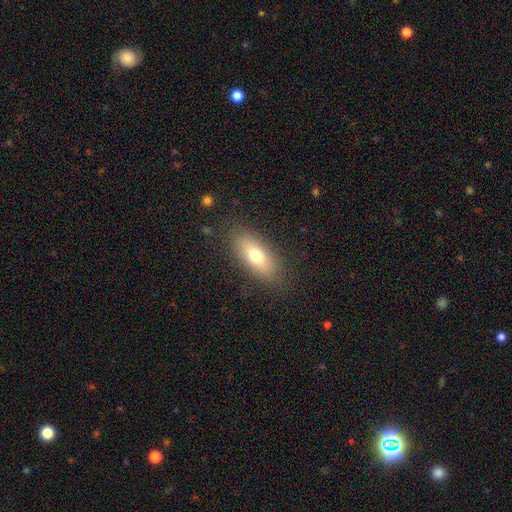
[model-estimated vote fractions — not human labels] This is likely a smooth galaxy (72%). How rounded: likely in between (79%). Merging: clearly none (84%).